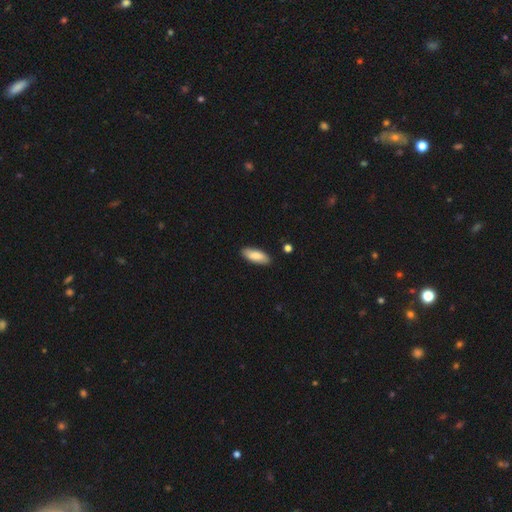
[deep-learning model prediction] Smooth or featured?
  - smooth: 82% *
  - featured or disk: 12%
  - star or artifact: 6%
How rounded?
  - in between: 74% *
  - cigar-shaped: 25%
  - round: 2%
Merging?
  - none: 88% *
  - minor disturbance: 9%
  - major disturbance: 2%
  - merger: 2%